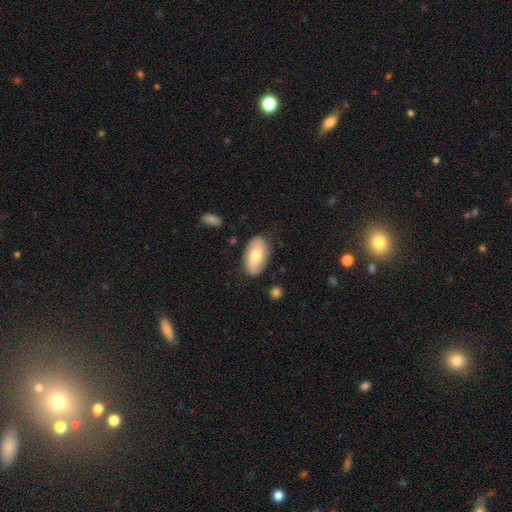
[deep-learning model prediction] smooth_or_featured: smooth (p=0.60) [alt: featured or disk p=0.34]
how_rounded: in between (p=0.94) [alt: round p=0.04]
merging: none (p=0.83) [alt: minor disturbance p=0.13]